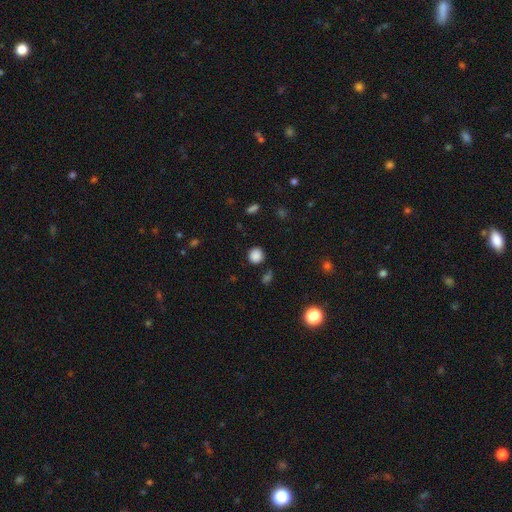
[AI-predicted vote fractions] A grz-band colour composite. It shows a smooth galaxy with no disk features (85%) that is round (91%). Merging: none (85%).